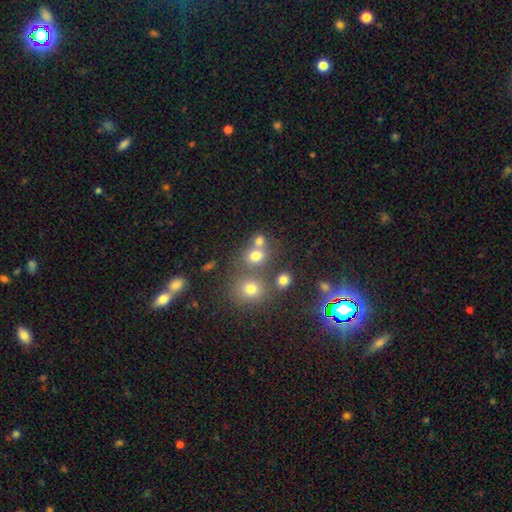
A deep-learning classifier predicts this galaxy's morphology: smooth_or_featured: smooth (p=0.71) [alt: star or artifact p=0.18]
how_rounded: round (p=0.78) [alt: in between p=0.21]
merging: none (p=0.52) [alt: merger p=0.34]